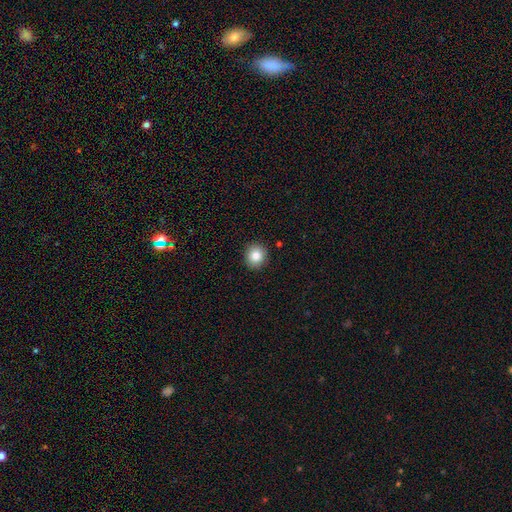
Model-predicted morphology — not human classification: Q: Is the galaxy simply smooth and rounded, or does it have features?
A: smooth — 84%.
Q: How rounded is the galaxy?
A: round — 88%.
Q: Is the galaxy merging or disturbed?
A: none — 91%.